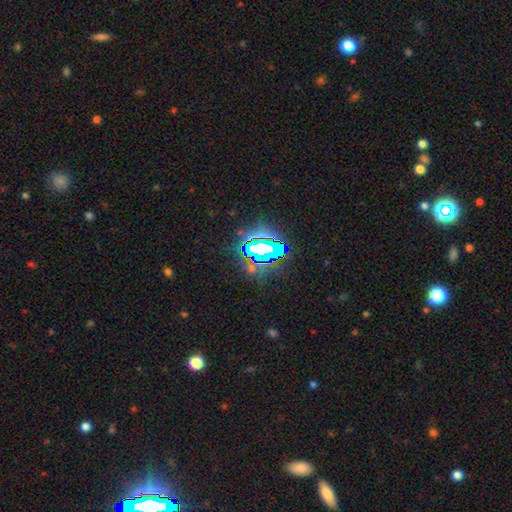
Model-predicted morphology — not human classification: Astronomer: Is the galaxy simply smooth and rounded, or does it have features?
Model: star or artifact — 76%.